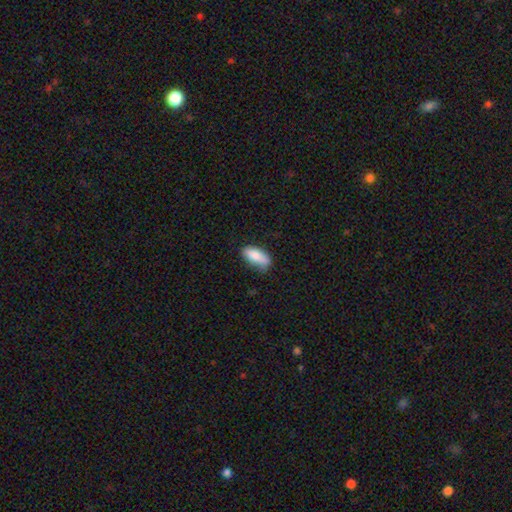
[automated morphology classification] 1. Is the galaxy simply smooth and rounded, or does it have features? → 85% smooth, 8% featured or disk, 7% star or artifact.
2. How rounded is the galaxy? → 85% in between, 12% cigar-shaped, 2% round.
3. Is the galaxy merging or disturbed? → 60% none, 30% minor disturbance, 6% major disturbance, 3% merger.